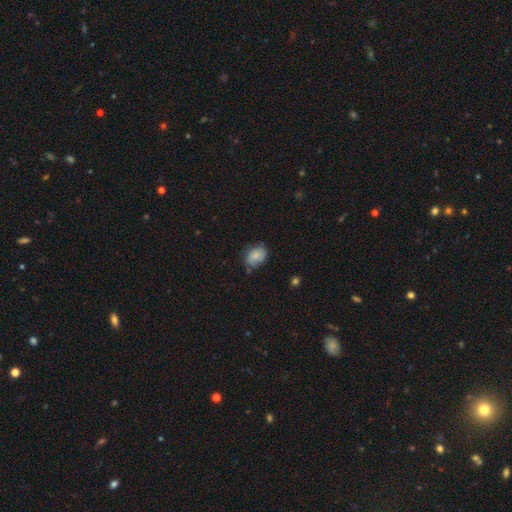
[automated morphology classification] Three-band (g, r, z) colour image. It shows a smooth galaxy with no disk features (75%) that is in between round and cigar-shaped (76%). Merging: none (61%).